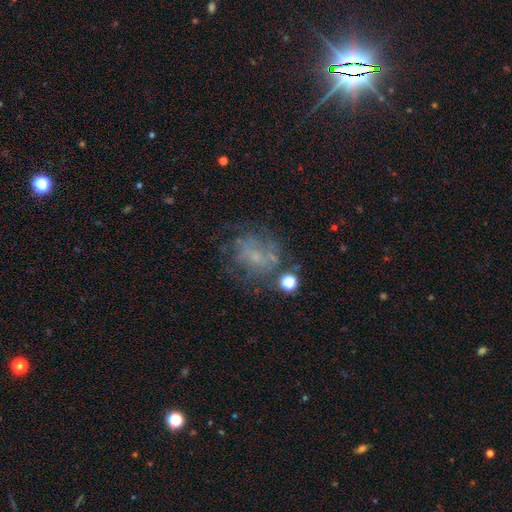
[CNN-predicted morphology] smooth-or-featured: featured or disk: 49% | smooth: 30% | star or artifact: 21%
  merging: none: 57% | major disturbance: 19% | minor disturbance: 19% | merger: 6%